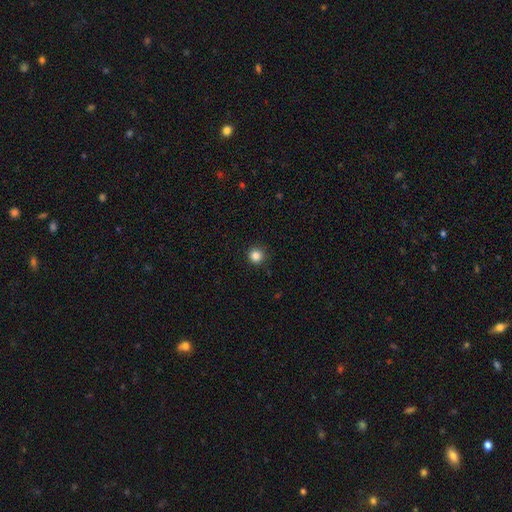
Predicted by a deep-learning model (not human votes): Q: Smooth or featured?
A: smooth (84%); runner-up: star or artifact (12%)
Q: How rounded?
A: round (95%); runner-up: in between (4%)
Q: Merging?
A: none (92%); runner-up: minor disturbance (5%)